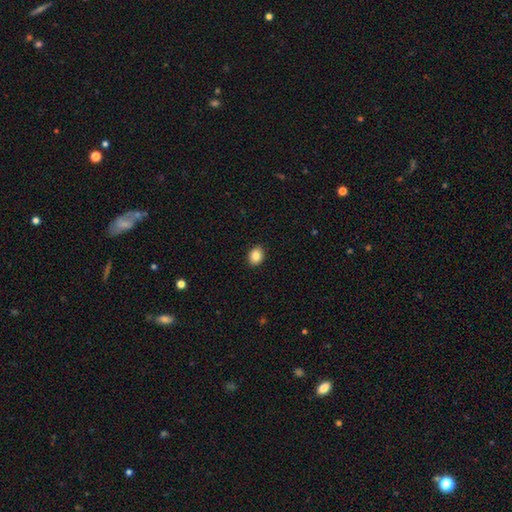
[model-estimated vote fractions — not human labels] A smooth galaxy with no disk features (86%) that is in between round and cigar-shaped (50%). Merging: none (91%).